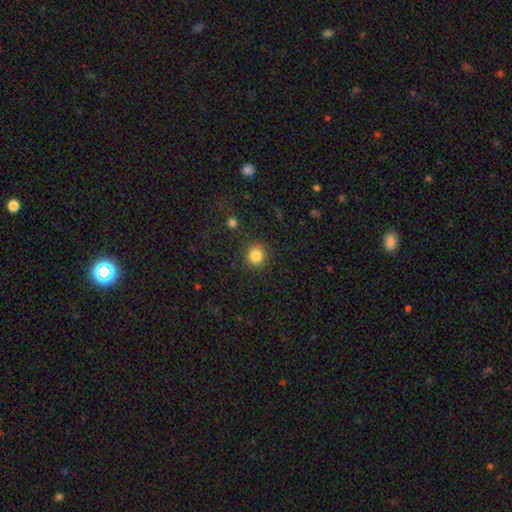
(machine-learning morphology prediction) This appears to be a smooth galaxy with no disk features (84%) that is round (90%). Merging: none (88%).